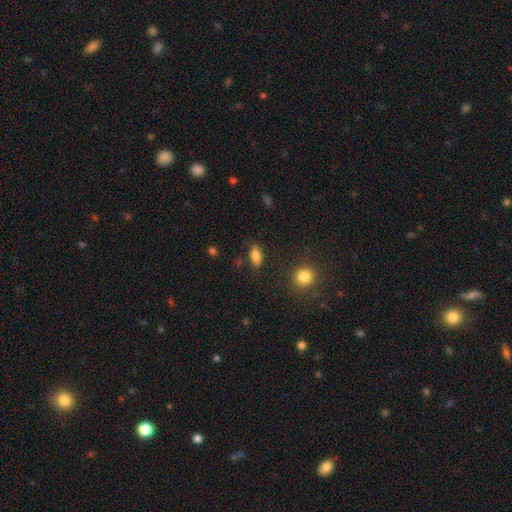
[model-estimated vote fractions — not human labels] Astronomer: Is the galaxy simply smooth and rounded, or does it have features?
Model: smooth — 81%.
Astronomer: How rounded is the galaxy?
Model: in between — 82%.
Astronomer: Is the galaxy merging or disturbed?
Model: none — 83%.